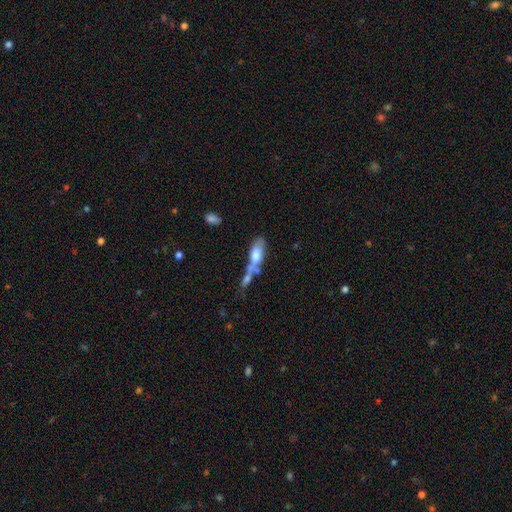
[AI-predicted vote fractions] Overall: smooth (64%; featured or disk 29%). How rounded: in between (66%; cigar-shaped 31%). Merging: merger (49%; none 25%).